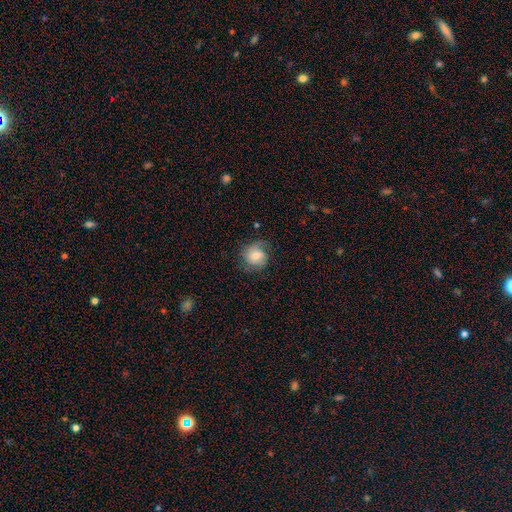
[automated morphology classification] A smooth galaxy with no disk features (57%) that is round (80%).

Vote fractions:
- Smooth or featured? smooth: 57% / featured or disk: 34% / star or artifact: 9%
- How rounded? round: 80% / in between: 19% / cigar-shaped: 1%
- Merging? none: 64% / minor disturbance: 23% / major disturbance: 12% / merger: 1%